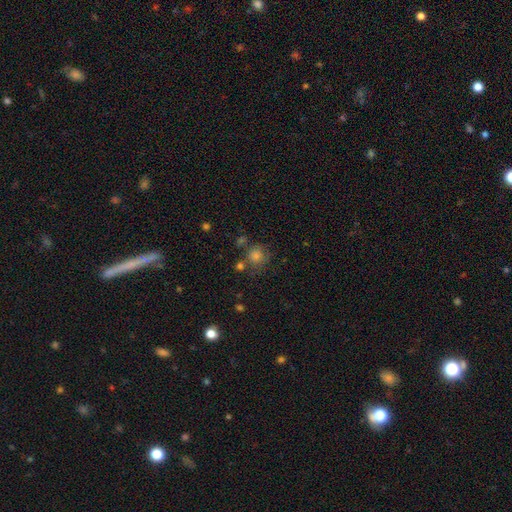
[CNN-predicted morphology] Smooth or featured? Predicted: smooth (p=0.66). How rounded? Predicted: round (p=0.88). Merging? Predicted: none (p=0.68).